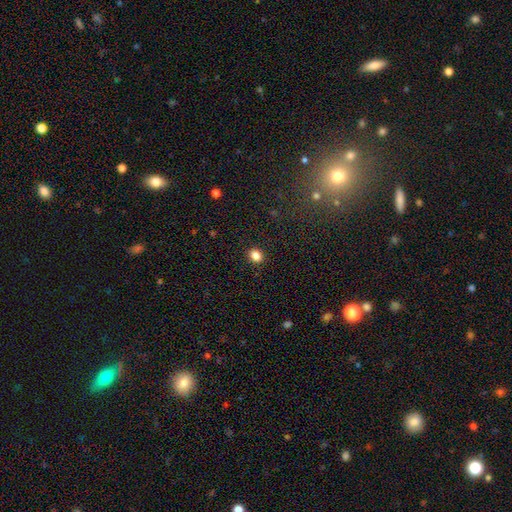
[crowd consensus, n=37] Smooth or featured?
  - smooth: 95% *
  - featured or disk: 3%
  - star or artifact: 3%
How rounded?
  - in between: 69% *
  - round: 31%
  - cigar-shaped: 0%
Merging?
  - none: 92% *
  - minor disturbance: 6%
  - major disturbance: 3%
  - merger: 0%